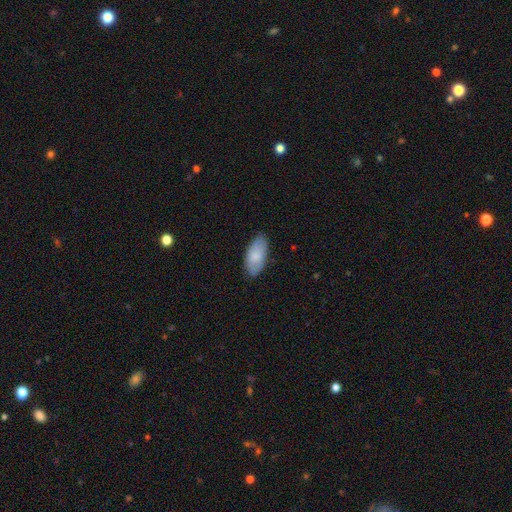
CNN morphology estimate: This is clearly a smooth galaxy (84%). How rounded: clearly in between (93%). Merging: clearly none (81%).